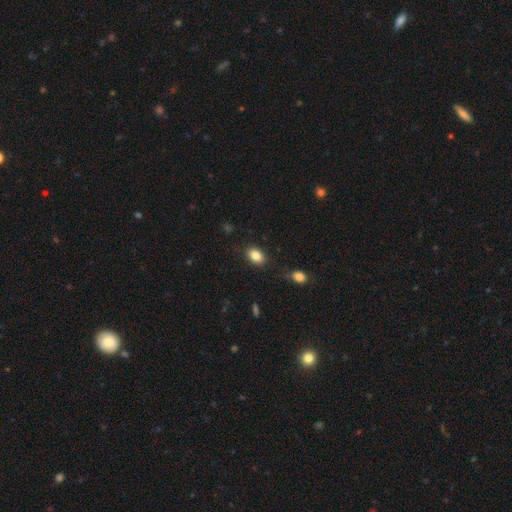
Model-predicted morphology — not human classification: Smooth or featured: smooth — 84% (star or artifact — 9%)
How rounded: in between — 80% (round — 18%)
Merging: none — 83% (minor disturbance — 11%)